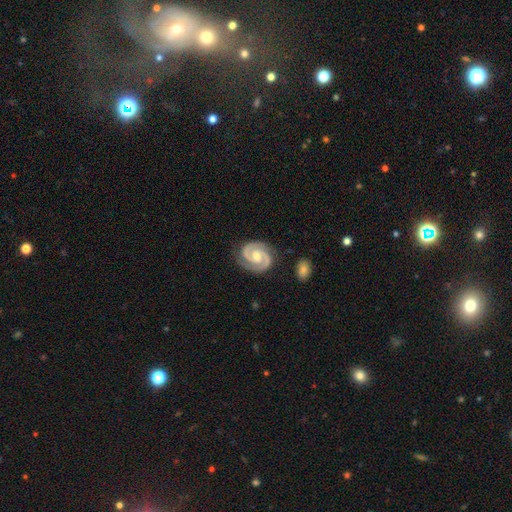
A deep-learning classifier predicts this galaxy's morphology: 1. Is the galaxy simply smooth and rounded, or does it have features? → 92% featured or disk, 4% star or artifact, 4% smooth.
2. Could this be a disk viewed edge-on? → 98% no, 2% yes.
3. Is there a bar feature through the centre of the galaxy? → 46% no, 39% weak, 15% strong.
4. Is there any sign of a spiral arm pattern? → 99% yes, 1% no.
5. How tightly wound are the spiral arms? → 60% tight, 36% medium, 4% loose.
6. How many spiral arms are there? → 94% 2, 2% 3, 2% can't tell, 1% 1, 1% 4, 1% more than 4.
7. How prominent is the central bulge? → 64% moderate, 29% small, 3% large, 2% none, 1% dominant.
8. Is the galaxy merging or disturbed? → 84% none, 12% minor disturbance, 3% major disturbance, 2% merger.